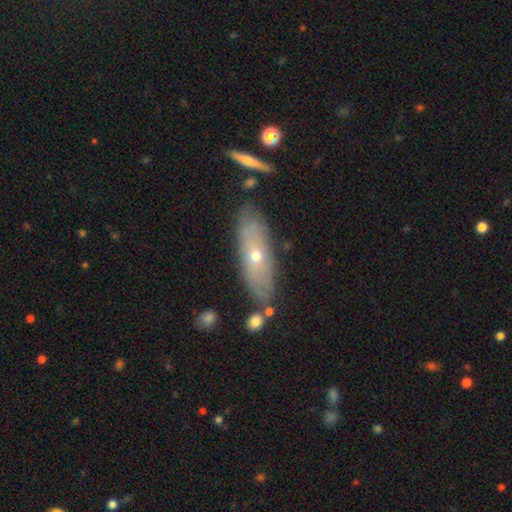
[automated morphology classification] Q: Smooth or featured?
A: featured or disk (49%); runner-up: smooth (43%)
Q: Merging?
A: none (79%); runner-up: minor disturbance (13%)